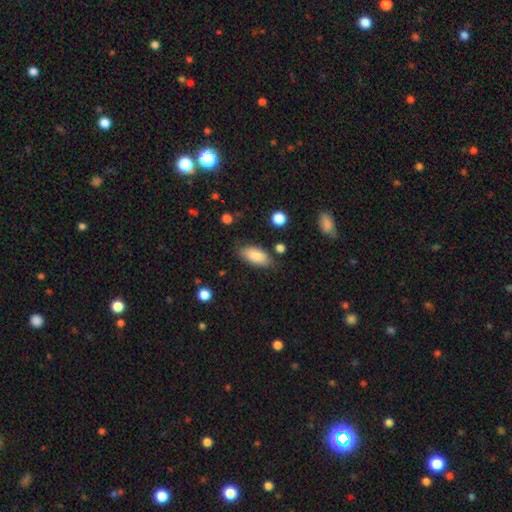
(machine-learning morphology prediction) smooth 84%, featured or disk 10%, star or artifact 6%. Down the decision tree: how rounded — in between (88%); merging — none (77%).